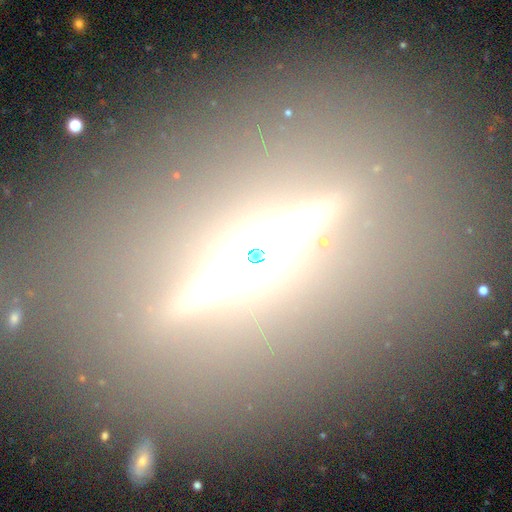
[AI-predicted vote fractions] This appears to be a featured or disk galaxy (71%) viewed edge-on (91%) with a rounded central bulge (87%). Merging: none (83%).